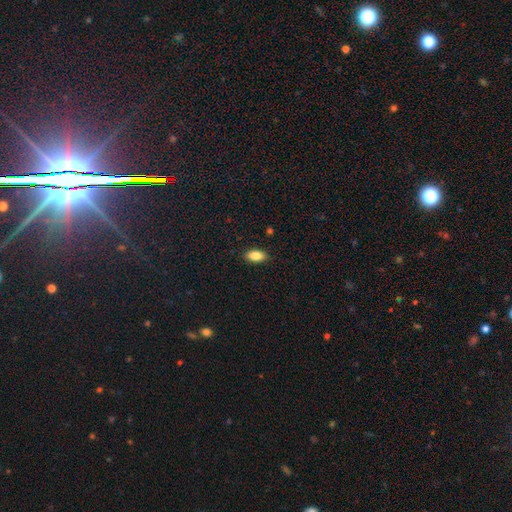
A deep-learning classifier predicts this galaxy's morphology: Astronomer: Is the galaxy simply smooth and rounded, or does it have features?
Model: smooth — 86%.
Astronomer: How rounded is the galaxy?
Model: in between — 89%.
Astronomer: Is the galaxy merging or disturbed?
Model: none — 87%.